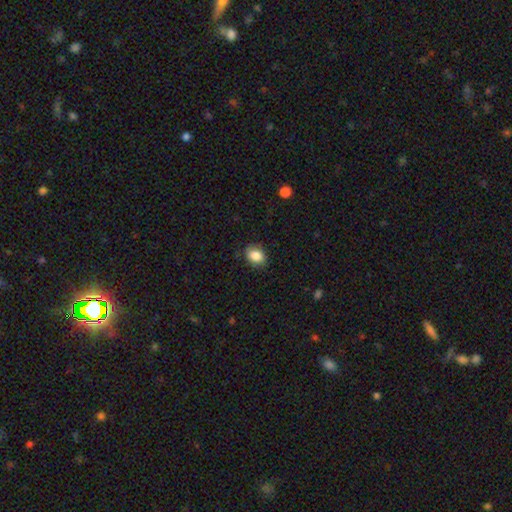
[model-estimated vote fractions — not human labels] The model was most divided on "how rounded": in between: 65%, round: 34%, cigar-shaped: 1%. More confident: smooth or featured — smooth (86%); merging — none (80%).